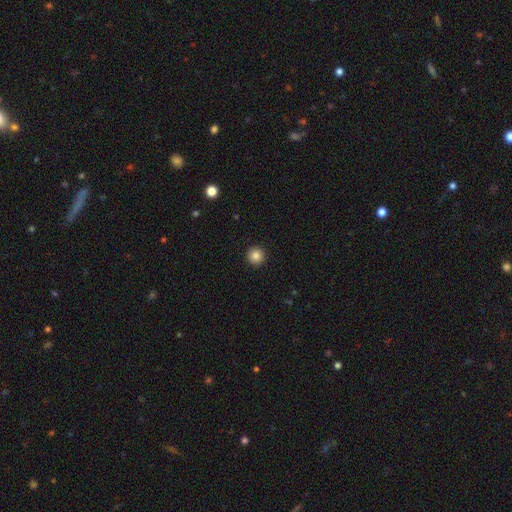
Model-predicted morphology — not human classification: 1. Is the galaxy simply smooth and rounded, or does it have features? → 85% smooth, 10% star or artifact, 5% featured or disk.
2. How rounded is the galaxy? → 96% round, 3% in between, 1% cigar-shaped.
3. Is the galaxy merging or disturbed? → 93% none, 4% minor disturbance, 1% major disturbance, 1% merger.